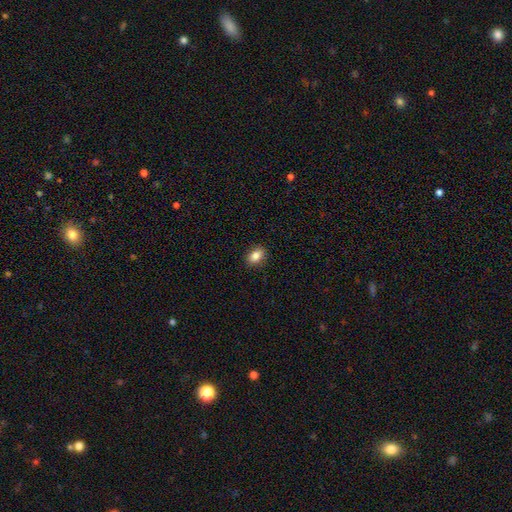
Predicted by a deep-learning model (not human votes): This is clearly a smooth galaxy (83%). How rounded: likely in between (75%). Merging: clearly none (89%).